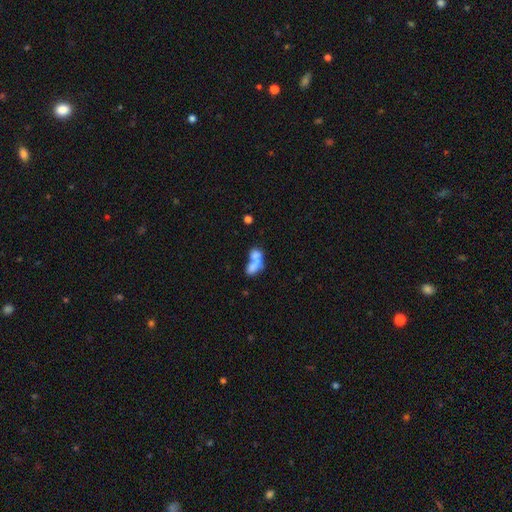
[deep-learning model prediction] The model was most divided on "smooth or featured": smooth: 65%, featured or disk: 25%, star or artifact: 10%. More confident: how rounded — in between (73%); merging — merger (62%).